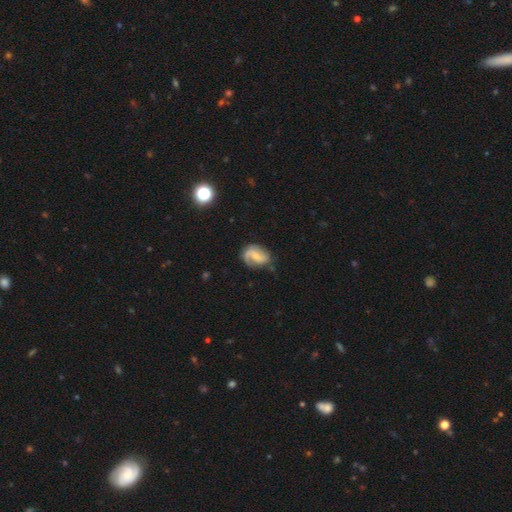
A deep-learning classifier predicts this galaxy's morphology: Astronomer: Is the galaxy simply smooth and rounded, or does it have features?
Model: featured or disk — 75%.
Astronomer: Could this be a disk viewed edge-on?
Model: no — 98%.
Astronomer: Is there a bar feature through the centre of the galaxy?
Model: weak — 49% (runner-up: no, 32%).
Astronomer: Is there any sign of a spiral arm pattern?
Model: yes — 93%.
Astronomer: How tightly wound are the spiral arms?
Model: medium — 43% (runner-up: loose, 37%).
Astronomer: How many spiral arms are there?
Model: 2 — 74%.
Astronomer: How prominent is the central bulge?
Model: small — 46% (runner-up: moderate, 26%).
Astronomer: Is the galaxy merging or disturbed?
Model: none — 64%.